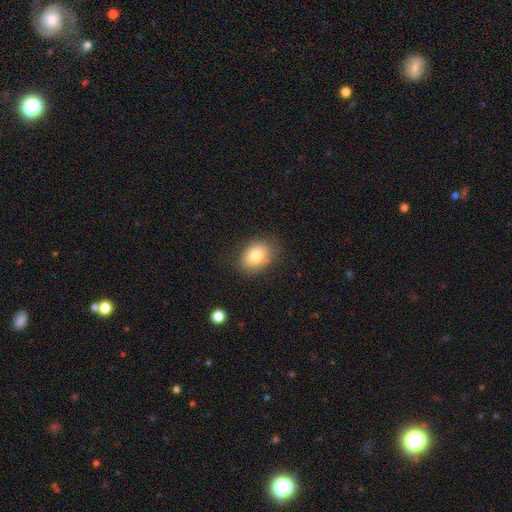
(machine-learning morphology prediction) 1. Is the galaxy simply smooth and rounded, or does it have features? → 79% smooth, 12% featured or disk, 9% star or artifact.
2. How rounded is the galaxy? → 73% in between, 26% round, 1% cigar-shaped.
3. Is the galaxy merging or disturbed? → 80% none, 15% minor disturbance, 4% major disturbance, 2% merger.